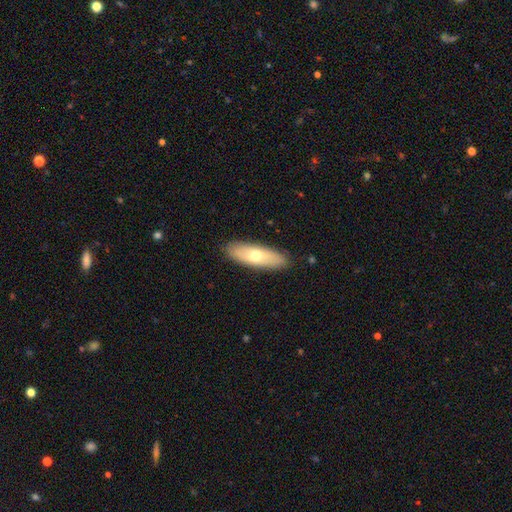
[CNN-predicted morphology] Smooth or featured: smooth — 60% (featured or disk — 35%)
How rounded: in between — 55% (cigar-shaped — 42%)
Merging: none — 88% (minor disturbance — 9%)